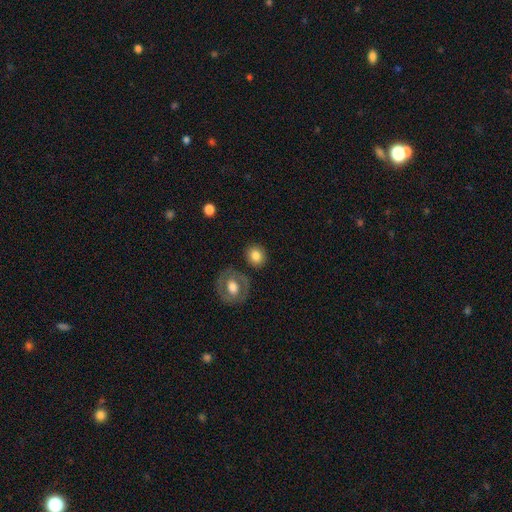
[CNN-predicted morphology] A smooth galaxy with no disk features (80%) that is round (80%).

Vote fractions:
- Smooth or featured? smooth: 80% / featured or disk: 12% / star or artifact: 8%
- How rounded? round: 80% / in between: 19% / cigar-shaped: 1%
- Merging? none: 82% / minor disturbance: 9% / merger: 6% / major disturbance: 3%